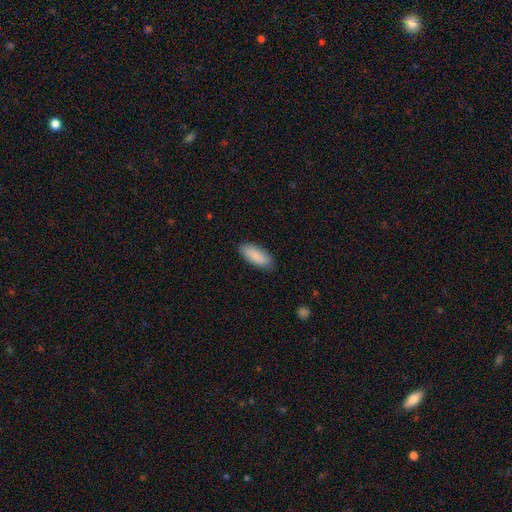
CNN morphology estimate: smooth 88%, featured or disk 6%, star or artifact 5%. Down the decision tree: how rounded — in between (81%); merging — none (86%).